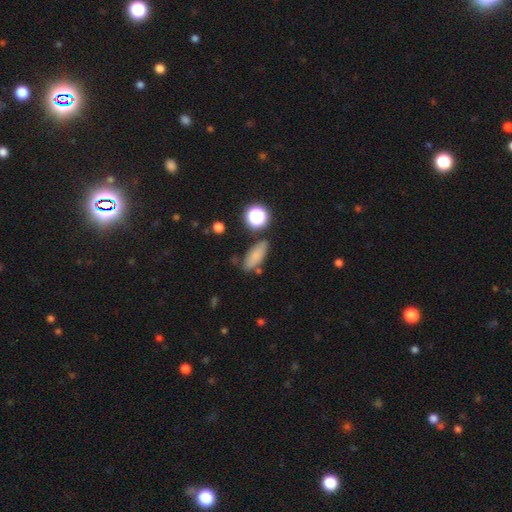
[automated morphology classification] type=smooth (76%); roundness=in between (70%); merging=none (73%).